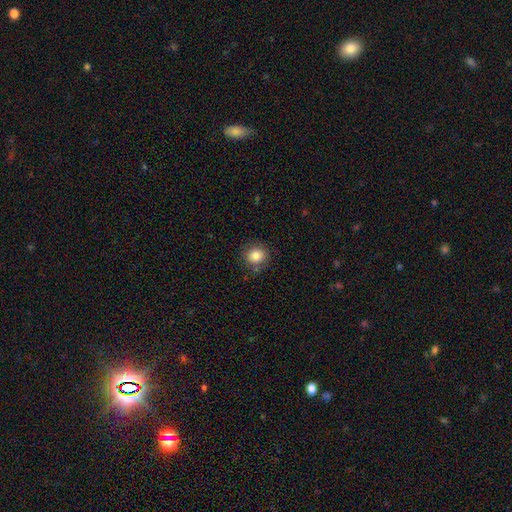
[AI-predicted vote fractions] Smooth or featured? smooth (84%)
How rounded? round (82%)
Merging? none (83%)